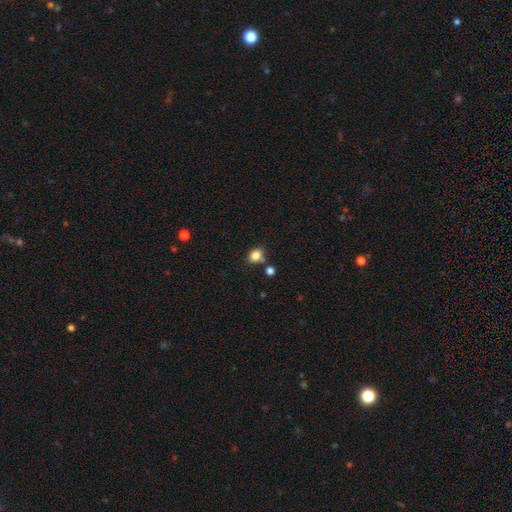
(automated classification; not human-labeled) Morphology: type=smooth (84%); roundness=in between (58%); merging=none (70%).